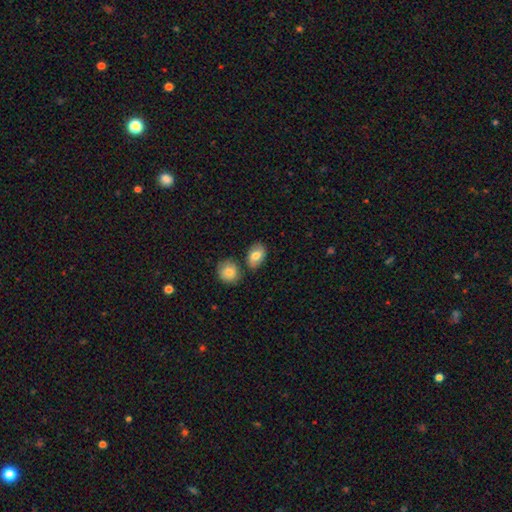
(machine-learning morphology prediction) smooth 78%, featured or disk 15%, star or artifact 7%. Down the decision tree: how rounded — in between (83%); merging — none (74%).